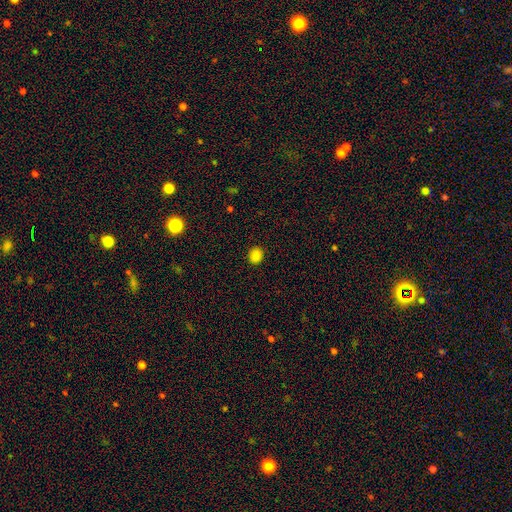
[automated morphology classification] A smooth galaxy with no disk features (85%) that is round (70%). Merging: none (91%).